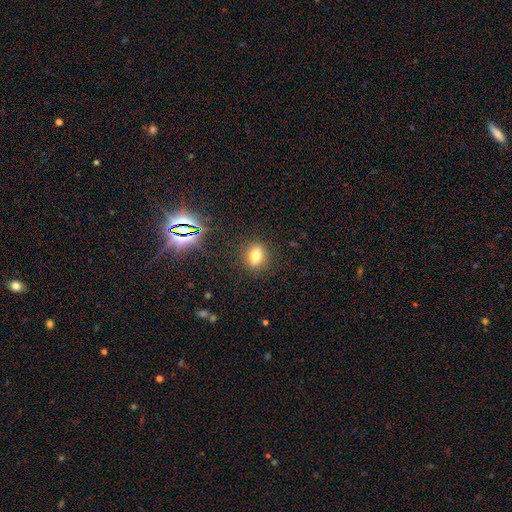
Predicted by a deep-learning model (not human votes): This appears to be a smooth galaxy with no disk features (72%) that is in between round and cigar-shaped (59%). Merging: none (87%).